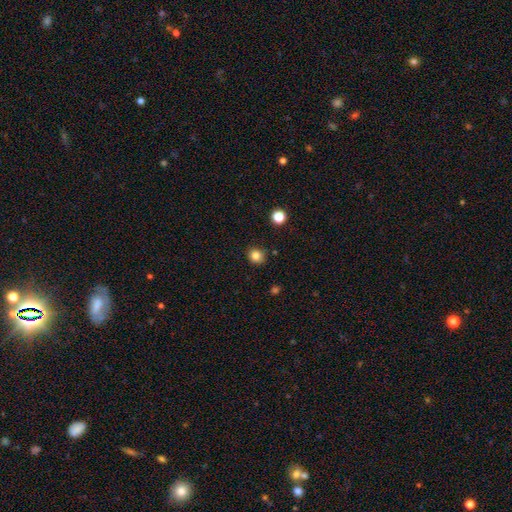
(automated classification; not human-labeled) Smooth or featured? Predicted: smooth (p=0.83). How rounded? Predicted: round (p=0.81). Merging? Predicted: none (p=0.86).